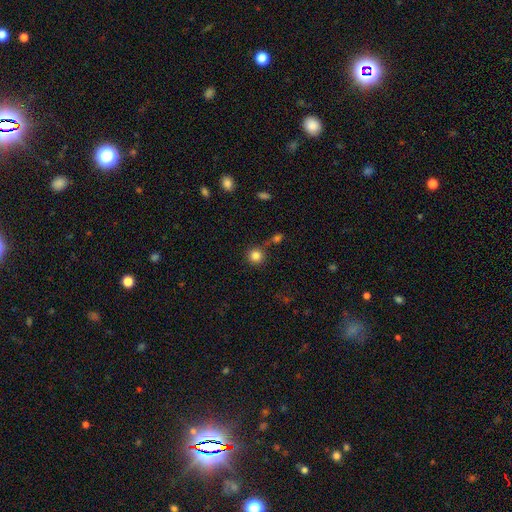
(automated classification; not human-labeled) Smooth or featured: smooth — 84% (star or artifact — 11%)
How rounded: round — 94% (in between — 5%)
Merging: none — 75% (merger — 11%)